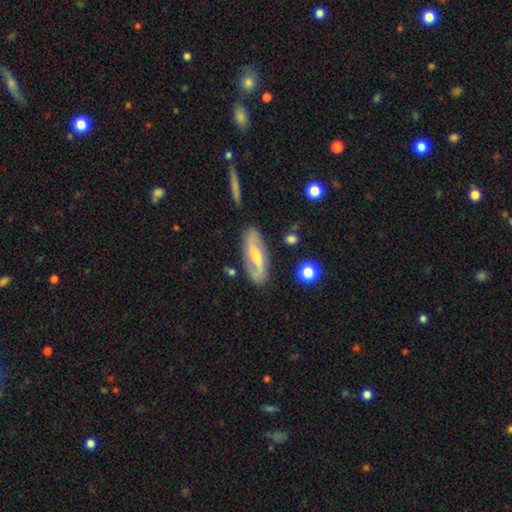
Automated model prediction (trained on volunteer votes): Overall: featured or disk (80%). Edge-on disk: no (91%). Bar: weak (45%; strong 28%). Spiral arms: yes (93%). Spiral arm count: 2 (89%). Spiral winding: medium (43%; loose 40%). Bulge size: moderate (58%; small 31%). Merging: none (82%).